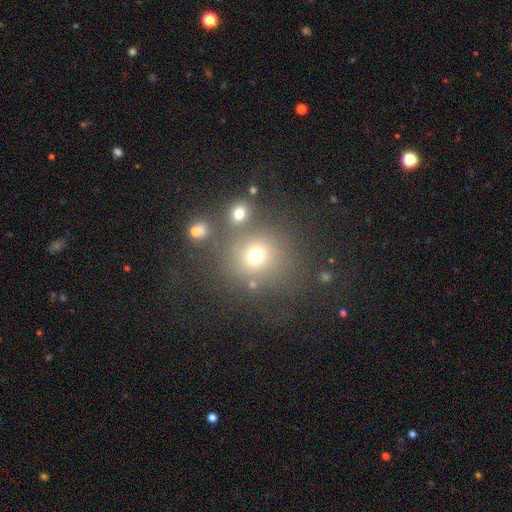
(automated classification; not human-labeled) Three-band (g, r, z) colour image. It shows a smooth galaxy with no disk features (68%) that is round (84%). Merging: none (67%).